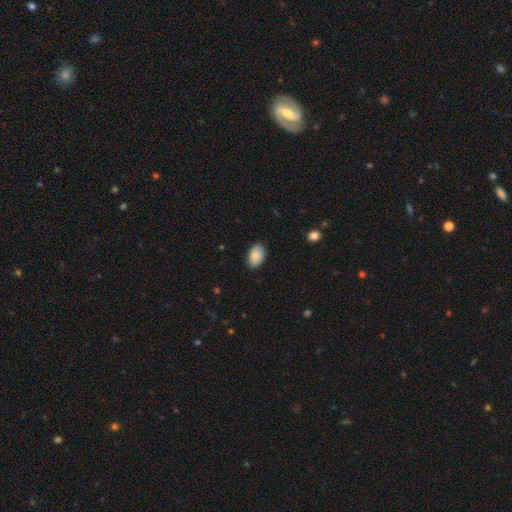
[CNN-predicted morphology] Smooth or featured: smooth — 88% (star or artifact — 7%)
How rounded: in between — 92% (round — 7%)
Merging: none — 86% (minor disturbance — 11%)